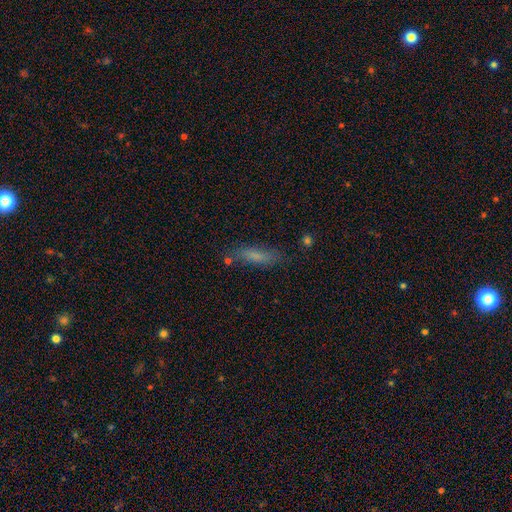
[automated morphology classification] smooth-or-featured: smooth: 73% | featured or disk: 17% | star or artifact: 10%
  how-rounded: cigar-shaped: 65% | in between: 32% | round: 2%
  merging: none: 76% | minor disturbance: 15% | major disturbance: 5% | merger: 4%